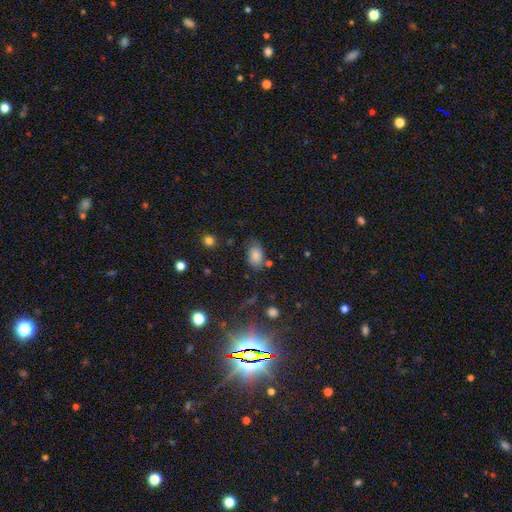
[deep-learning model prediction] smooth 83%, star or artifact 11%, featured or disk 7%. Down the decision tree: how rounded — in between (87%); merging — none (70%).